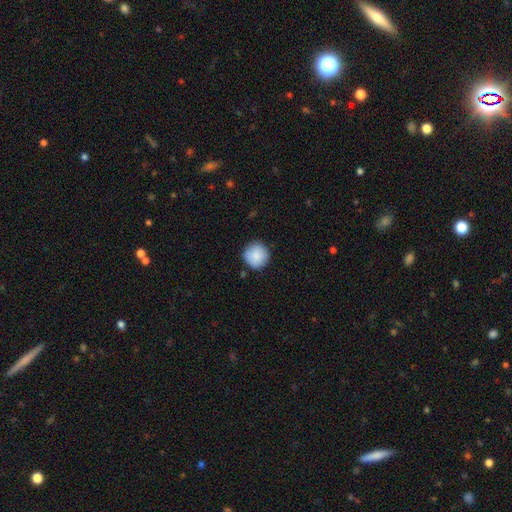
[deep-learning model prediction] Morphology: type=smooth (88%); roundness=round (95%); merging=none (87%).